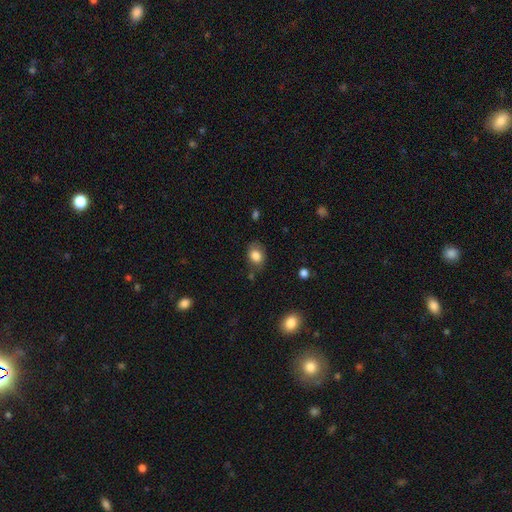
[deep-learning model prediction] The model was most divided on "how rounded": in between: 71%, round: 27%, cigar-shaped: 1%. More confident: smooth or featured — smooth (81%); merging — none (70%).